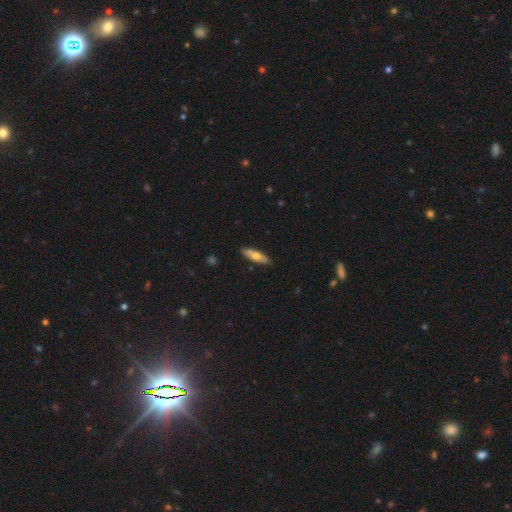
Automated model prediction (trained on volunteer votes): This is possibly a smooth galaxy (54%). How rounded: likely cigar-shaped (60%). Merging: clearly none (84%).